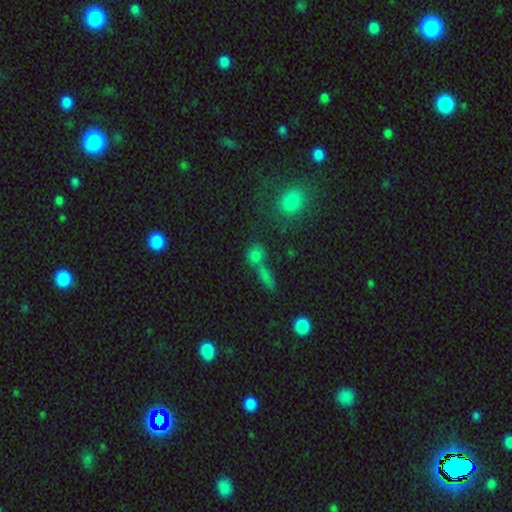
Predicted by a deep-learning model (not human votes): A smooth galaxy with no disk features (69%) that is round (67%). Merging: none (52%).